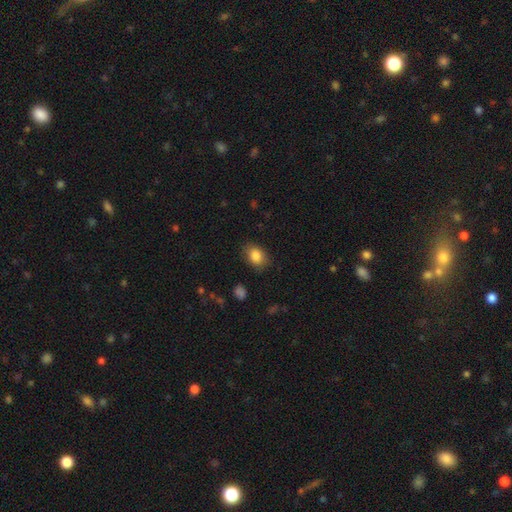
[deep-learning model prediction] smooth_or_featured: smooth (p=0.85) [alt: star or artifact p=0.08]
how_rounded: in between (p=0.73) [alt: round p=0.26]
merging: none (p=0.81) [alt: minor disturbance p=0.14]